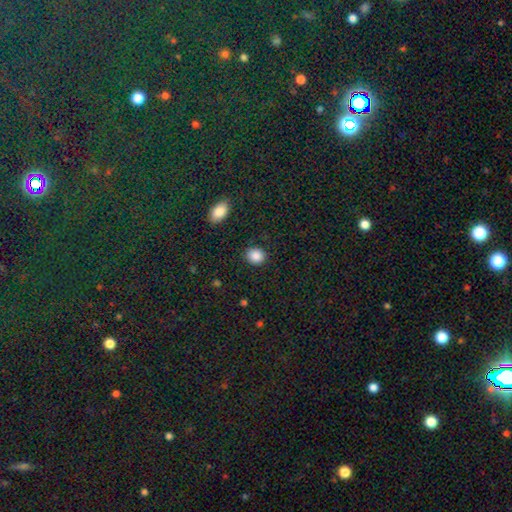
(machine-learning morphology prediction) smooth_or_featured: smooth (p=0.88) [alt: star or artifact p=0.08]
how_rounded: round (p=0.74) [alt: in between p=0.25]
merging: none (p=0.89) [alt: minor disturbance p=0.07]